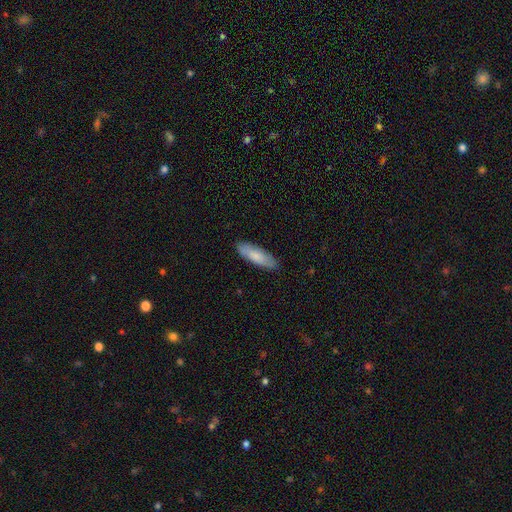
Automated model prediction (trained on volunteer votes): A smooth galaxy with no disk features (80%) that is in between round and cigar-shaped (50%). Merging: none (87%).